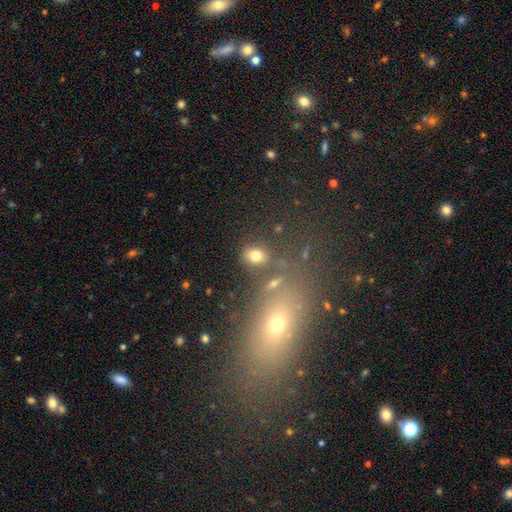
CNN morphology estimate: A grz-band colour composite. It shows a smooth galaxy with no disk features (76%) that is in between round and cigar-shaped (56%). Merging: none (72%).